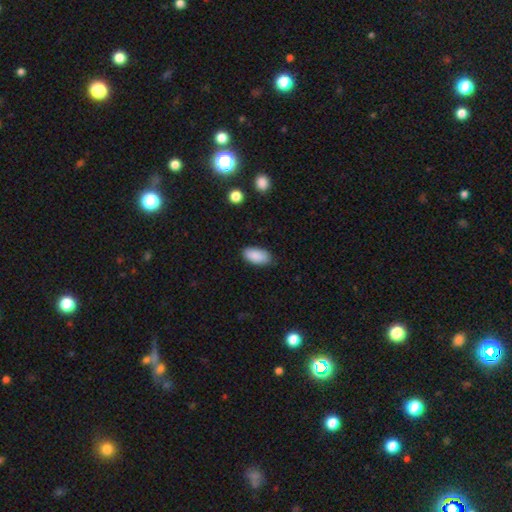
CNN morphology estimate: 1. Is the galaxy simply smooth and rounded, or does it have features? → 89% smooth, 7% star or artifact, 5% featured or disk.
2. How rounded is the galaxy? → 94% in between, 3% cigar-shaped, 3% round.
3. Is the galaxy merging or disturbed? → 82% none, 14% minor disturbance, 3% major disturbance, 1% merger.